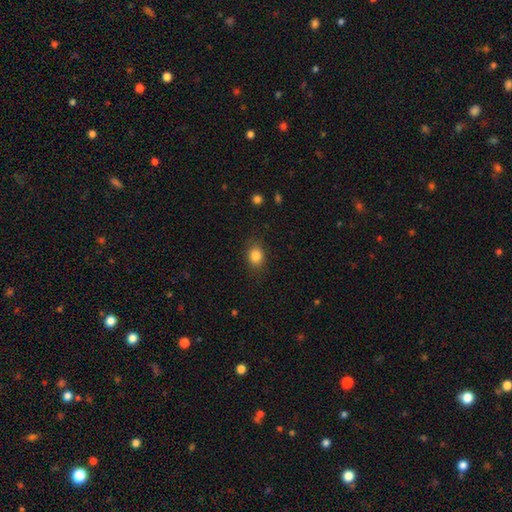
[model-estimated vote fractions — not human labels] This is clearly a smooth galaxy (85%). How rounded: possibly in between (57%). Merging: clearly none (83%).